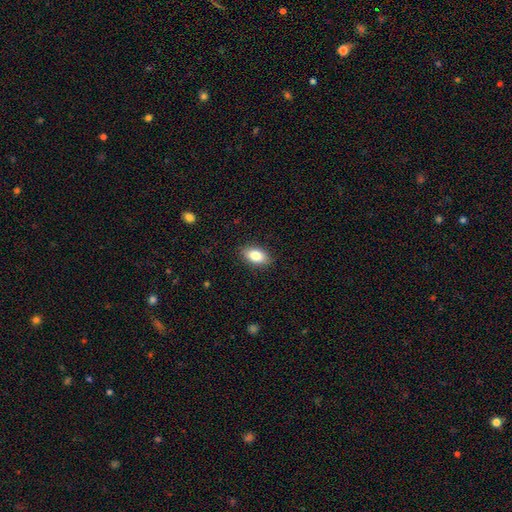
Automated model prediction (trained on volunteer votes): Overall: smooth (83%). How rounded: in between (90%). Merging: none (88%).